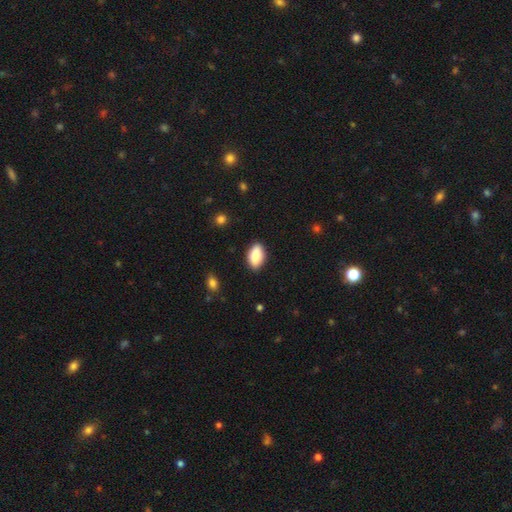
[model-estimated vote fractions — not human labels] smooth-or-featured: smooth: 86% | featured or disk: 7% | star or artifact: 7%
  how-rounded: in between: 92% | round: 5% | cigar-shaped: 3%
  merging: none: 87% | minor disturbance: 10% | major disturbance: 2% | merger: 1%